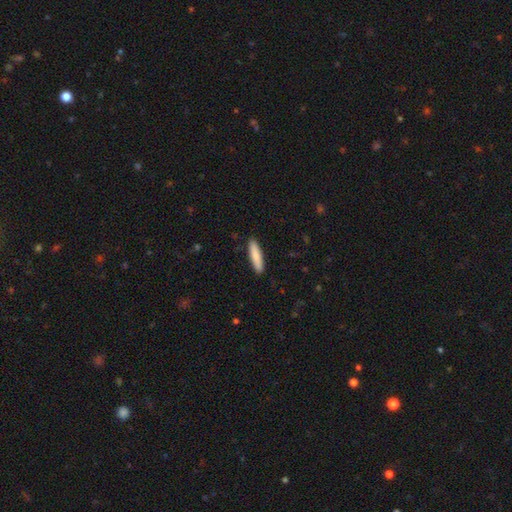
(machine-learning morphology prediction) A smooth galaxy with no disk features (85%) that is cigar-shaped (83%). Merging: none (90%).